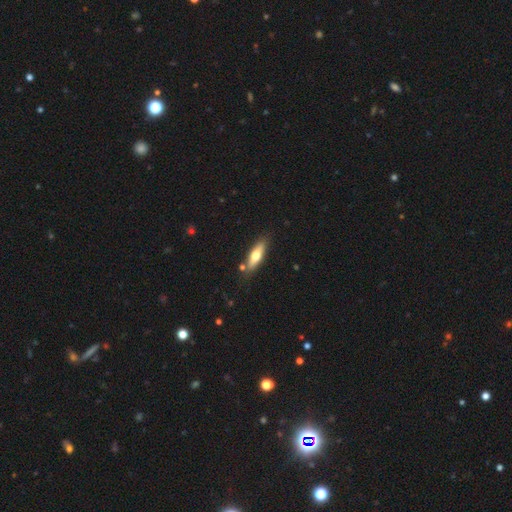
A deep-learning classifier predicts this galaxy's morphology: Smooth or featured?
  - smooth: 60% *
  - featured or disk: 34%
  - star or artifact: 6%
How rounded?
  - cigar-shaped: 54% *
  - in between: 43%
  - round: 2%
Merging?
  - none: 79% *
  - minor disturbance: 13%
  - merger: 6%
  - major disturbance: 3%